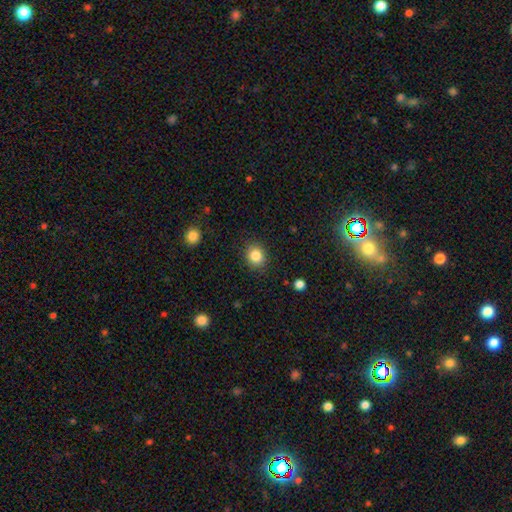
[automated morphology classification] The model was most divided on "how rounded": round: 74%, in between: 25%, cigar-shaped: 1%. More confident: merging — none (88%); smooth or featured — smooth (84%).